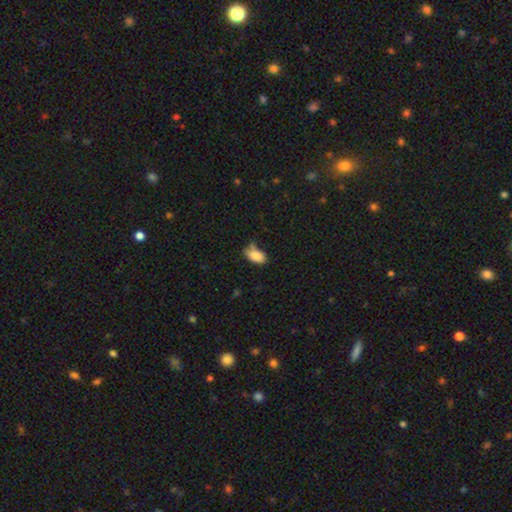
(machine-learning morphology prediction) Smooth or featured?
  - smooth: 86% *
  - star or artifact: 8%
  - featured or disk: 6%
How rounded?
  - in between: 92% *
  - round: 6%
  - cigar-shaped: 2%
Merging?
  - none: 56% *
  - minor disturbance: 29%
  - merger: 8%
  - major disturbance: 7%